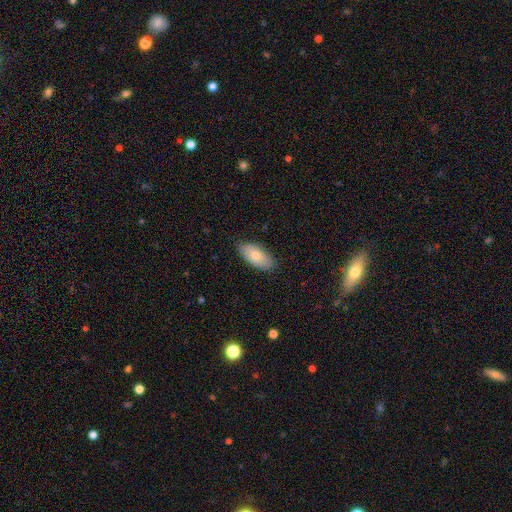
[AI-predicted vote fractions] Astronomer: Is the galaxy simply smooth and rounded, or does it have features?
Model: smooth — 75%.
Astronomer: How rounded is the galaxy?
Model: in between — 93%.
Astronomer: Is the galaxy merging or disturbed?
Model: none — 83%.